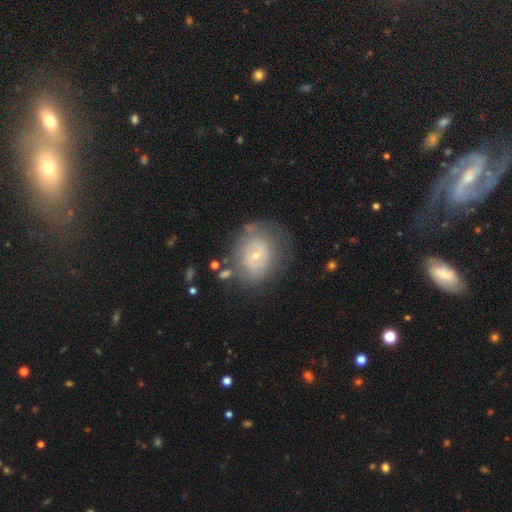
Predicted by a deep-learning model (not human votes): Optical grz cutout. It shows a featured or disk galaxy (52%). Merging: none (55%).